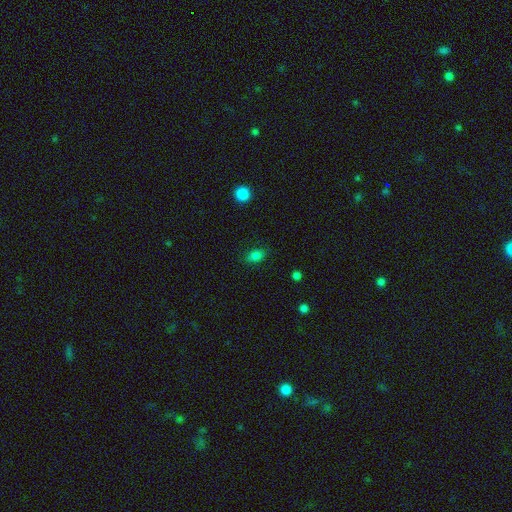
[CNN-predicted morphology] smooth_or_featured: smooth (p=0.82) [alt: star or artifact p=0.12]
how_rounded: in between (p=0.80) [alt: round p=0.18]
merging: none (p=0.84) [alt: minor disturbance p=0.12]